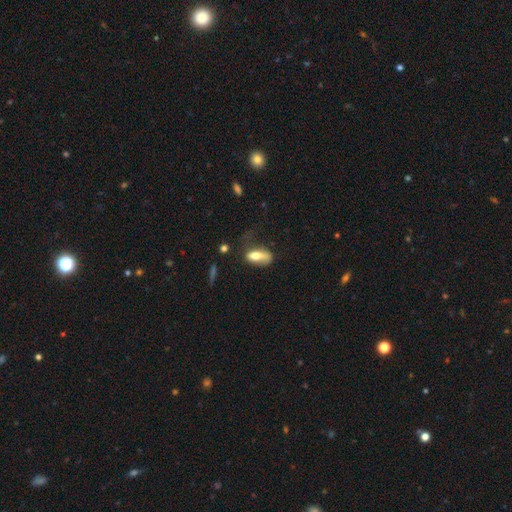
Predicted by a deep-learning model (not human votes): smooth 65%, featured or disk 27%, star or artifact 8%. Down the decision tree: how rounded — in between (78%); merging — major disturbance (35%).